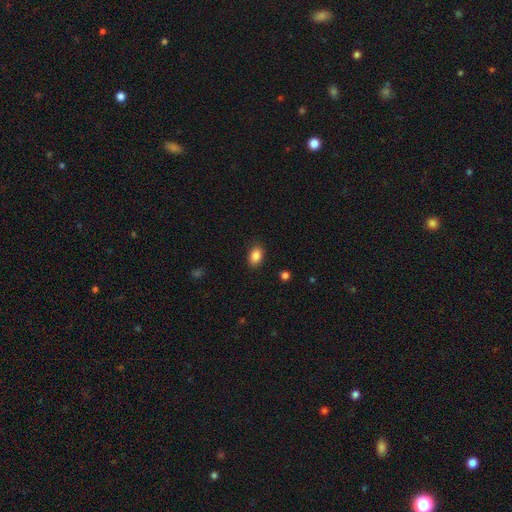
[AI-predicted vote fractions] Smooth or featured: smooth — 87% (star or artifact — 9%)
How rounded: in between — 84% (round — 15%)
Merging: none — 86% (minor disturbance — 11%)